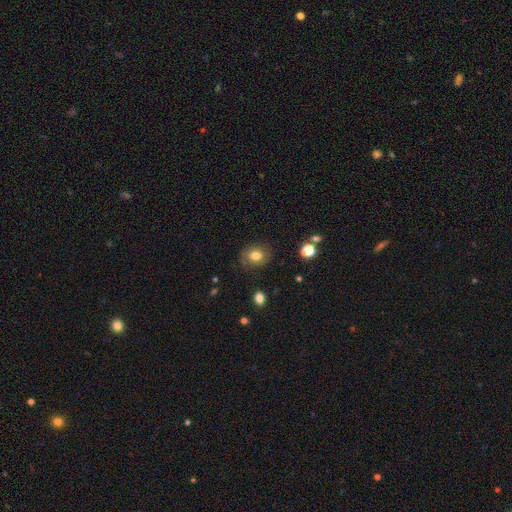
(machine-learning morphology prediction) The model was most divided on "how rounded": round: 58%, in between: 41%, cigar-shaped: 1%. More confident: merging — none (79%); smooth or featured — smooth (74%).